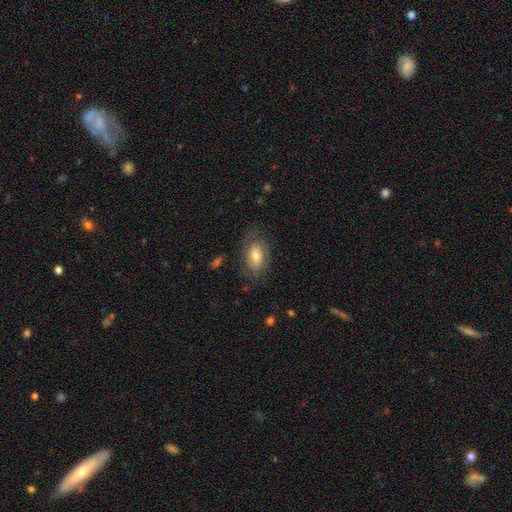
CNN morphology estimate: A smooth galaxy with no disk features (64%) that is in between round and cigar-shaped (87%).

Vote fractions:
- Smooth or featured? smooth: 64% / featured or disk: 28% / star or artifact: 8%
- How rounded? in between: 87% / round: 11% / cigar-shaped: 2%
- Merging? none: 68% / minor disturbance: 20% / major disturbance: 10% / merger: 1%